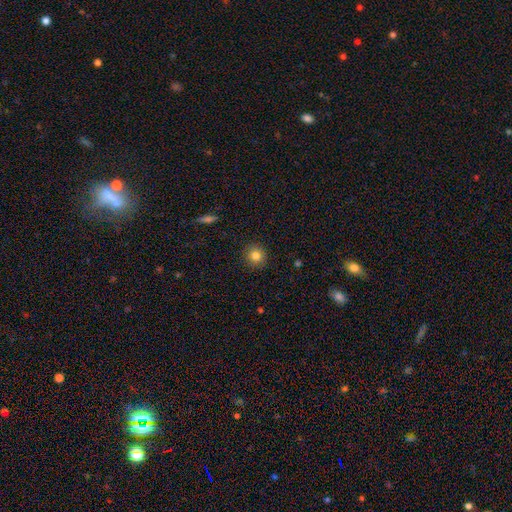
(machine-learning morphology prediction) This is clearly a smooth galaxy (82%). How rounded: clearly round (93%). Merging: clearly none (92%).